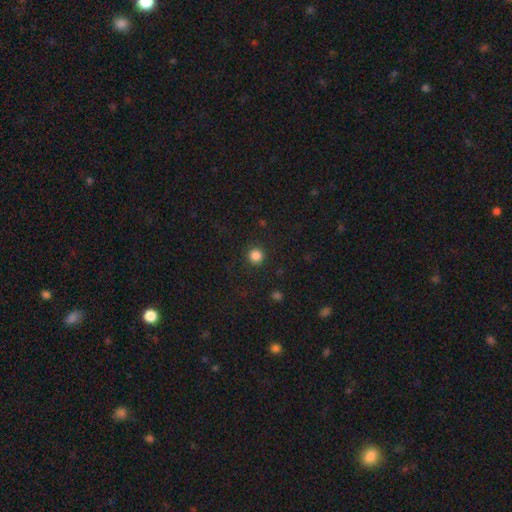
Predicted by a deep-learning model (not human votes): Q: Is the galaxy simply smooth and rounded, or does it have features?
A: smooth — 85%.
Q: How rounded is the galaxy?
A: round — 95%.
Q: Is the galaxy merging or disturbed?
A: none — 92%.